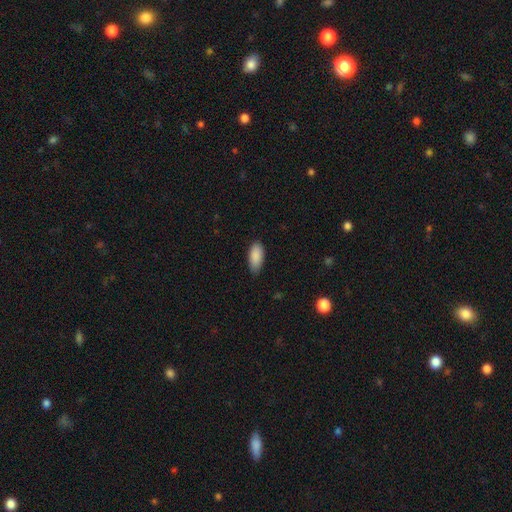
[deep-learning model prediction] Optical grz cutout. It shows a smooth galaxy with no disk features (89%) that is in between round and cigar-shaped (90%). Merging: none (76%).